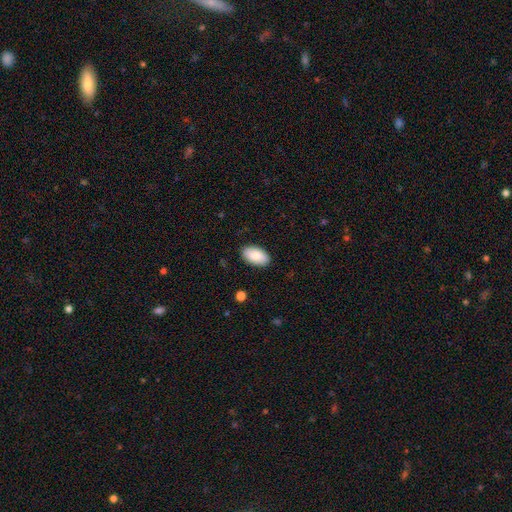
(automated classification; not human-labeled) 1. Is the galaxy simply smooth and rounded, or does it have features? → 86% smooth, 8% featured or disk, 6% star or artifact.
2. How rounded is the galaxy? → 95% in between, 4% round, 1% cigar-shaped.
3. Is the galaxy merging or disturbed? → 89% none, 9% minor disturbance, 2% major disturbance, 1% merger.